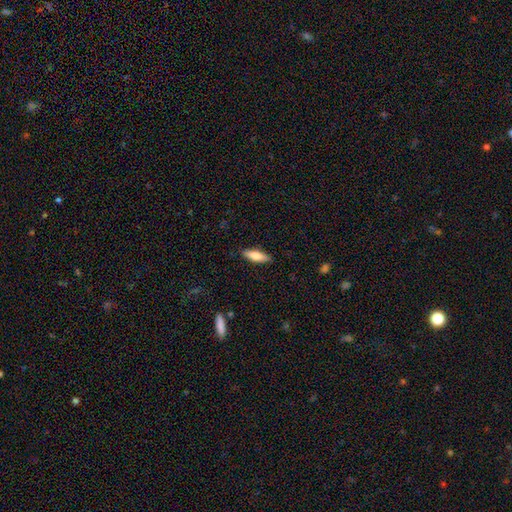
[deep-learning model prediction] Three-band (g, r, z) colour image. It shows a smooth galaxy with no disk features (68%) that is in between round and cigar-shaped (49%, tied with cigar-shaped). Merging: none (87%).